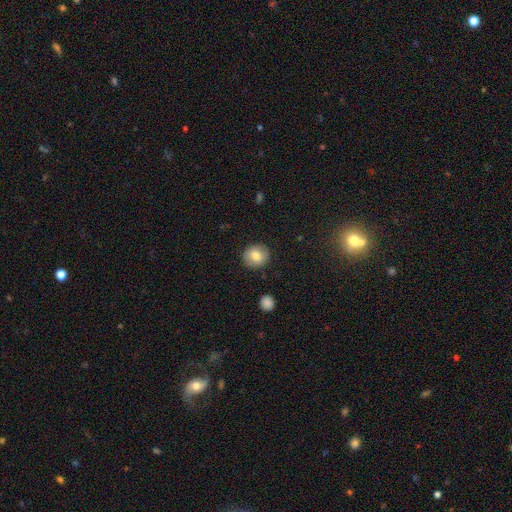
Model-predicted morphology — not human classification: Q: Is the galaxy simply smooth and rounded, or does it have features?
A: smooth — 79%.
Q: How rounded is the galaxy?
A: round — 82%.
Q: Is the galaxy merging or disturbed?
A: none — 87%.